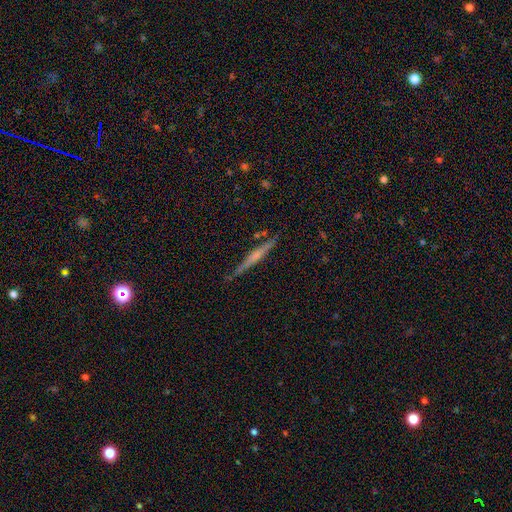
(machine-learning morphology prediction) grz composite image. It shows a featured or disk galaxy (58%) viewed edge-on (97%) with a rounded central bulge (47%). Merging: none (81%).